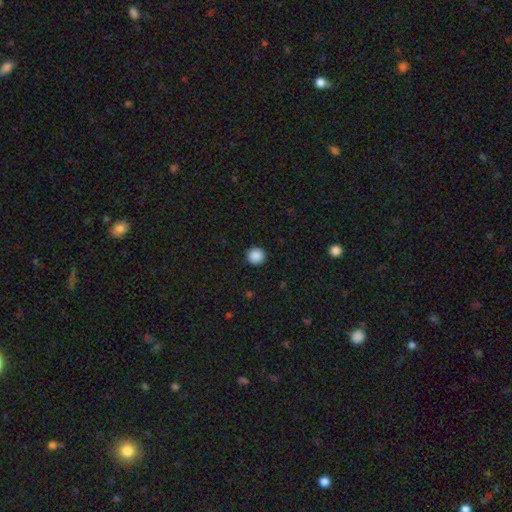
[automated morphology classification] Smooth or featured? Predicted: smooth (p=0.89). How rounded? Predicted: round (p=0.95). Merging? Predicted: none (p=0.93).